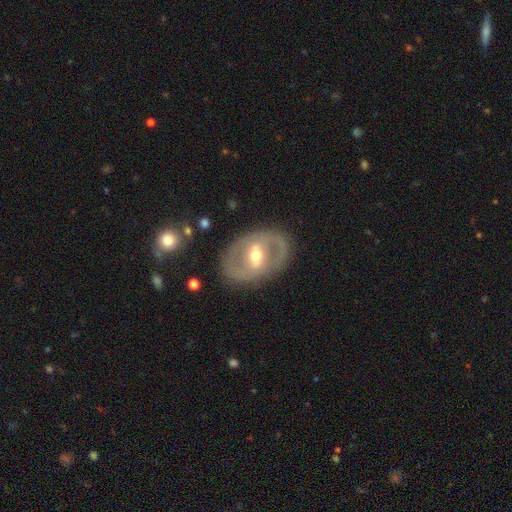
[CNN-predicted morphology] Q: Smooth or featured?
A: featured or disk (74%); runner-up: smooth (20%)
Q: Edge-on disk?
A: no (93%); runner-up: yes (7%)
Q: Bar?
A: weak (41%); runner-up: strong (38%)
Q: Spiral arms?
A: no (52%); runner-up: yes (48%)
Q: Bulge size?
A: moderate (69%); runner-up: small (23%)
Q: Merging?
A: none (80%); runner-up: minor disturbance (13%)